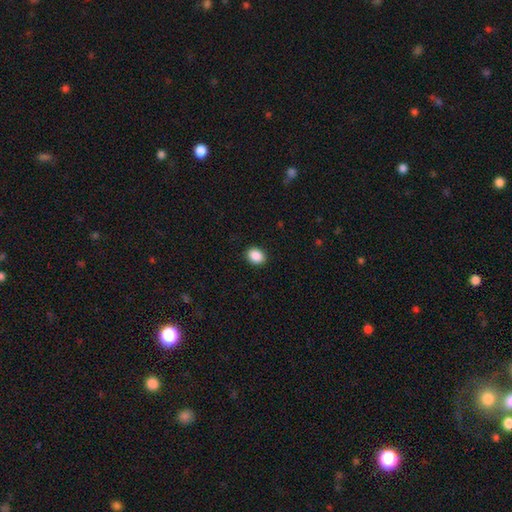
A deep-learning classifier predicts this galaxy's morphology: The model was most divided on "how rounded": in between: 56%, round: 43%, cigar-shaped: 1%. More confident: merging — none (91%); smooth or featured — smooth (89%).